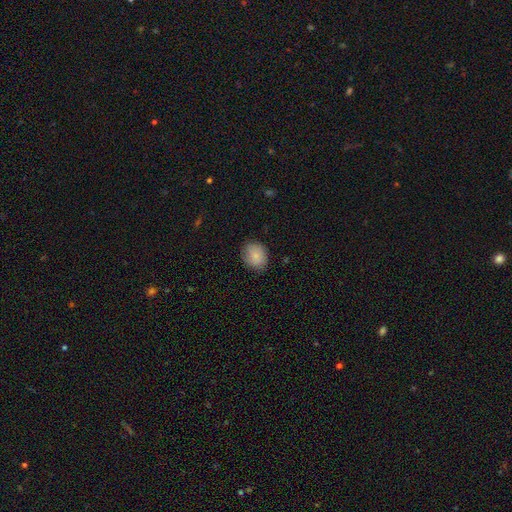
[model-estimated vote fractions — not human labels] Morphology: type=smooth (85%); roundness=round (57%); merging=none (81%).